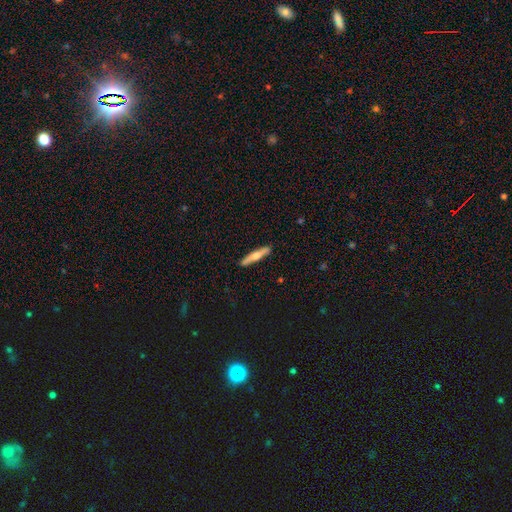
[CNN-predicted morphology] This appears to be a smooth galaxy with no disk features (53%) that is cigar-shaped (90%). Merging: none (89%).